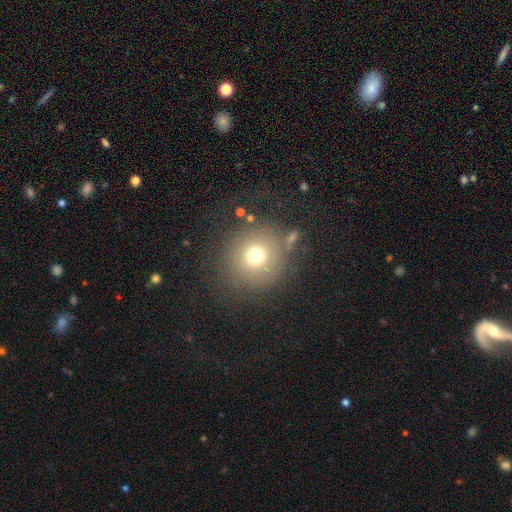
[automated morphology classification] smooth_or_featured: smooth (p=0.70) [alt: star or artifact p=0.16]
how_rounded: round (p=0.93) [alt: in between p=0.06]
merging: none (p=0.76) [alt: minor disturbance p=0.12]